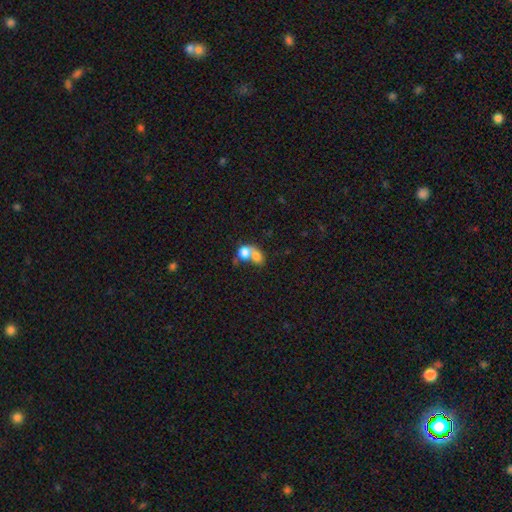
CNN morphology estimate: A smooth galaxy with no disk features (72%) that is round (54%).

Vote fractions:
- Smooth or featured? smooth: 72% / featured or disk: 18% / star or artifact: 9%
- How rounded? round: 54% / in between: 45% / cigar-shaped: 1%
- Merging? merger: 74% / none: 16% / minor disturbance: 5% / major disturbance: 5%